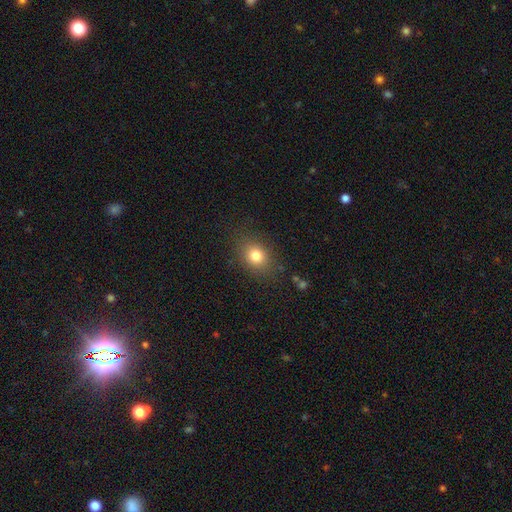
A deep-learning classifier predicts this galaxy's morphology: The model was most divided on "how rounded": round: 50%, in between: 48%, cigar-shaped: 1%. More confident: merging — none (83%); smooth or featured — smooth (79%).